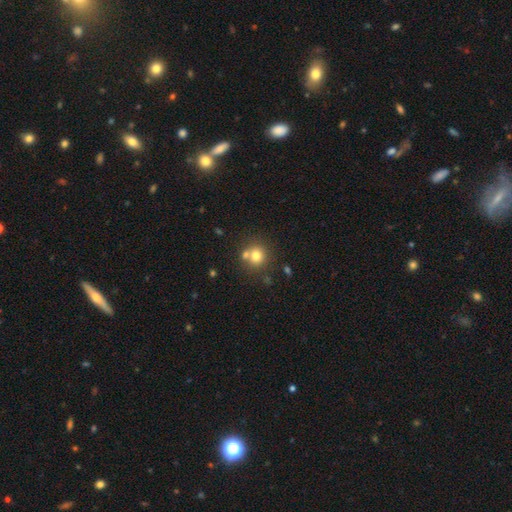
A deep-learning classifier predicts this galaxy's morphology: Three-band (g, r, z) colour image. It shows a smooth galaxy with no disk features (75%) that is round (86%). Merging: none (61%).